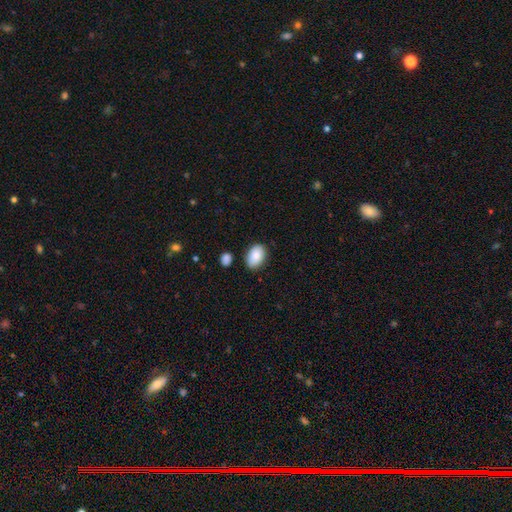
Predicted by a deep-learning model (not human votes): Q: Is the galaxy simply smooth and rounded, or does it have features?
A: smooth — 87%.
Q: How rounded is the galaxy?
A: in between — 89%.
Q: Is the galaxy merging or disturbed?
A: none — 80%.